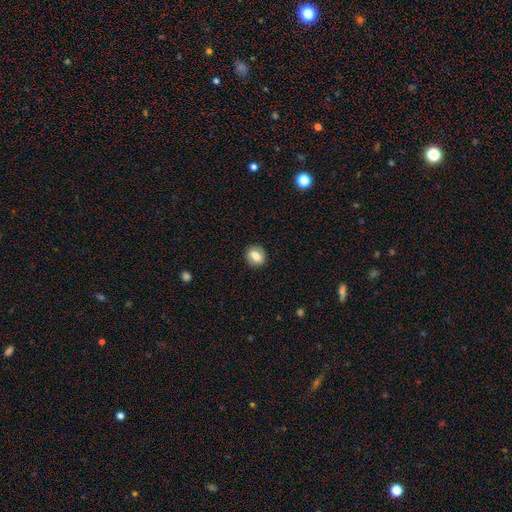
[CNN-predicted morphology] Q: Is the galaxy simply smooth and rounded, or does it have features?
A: smooth — 72%.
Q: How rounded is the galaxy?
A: round — 57%.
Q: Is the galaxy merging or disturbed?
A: none — 87%.